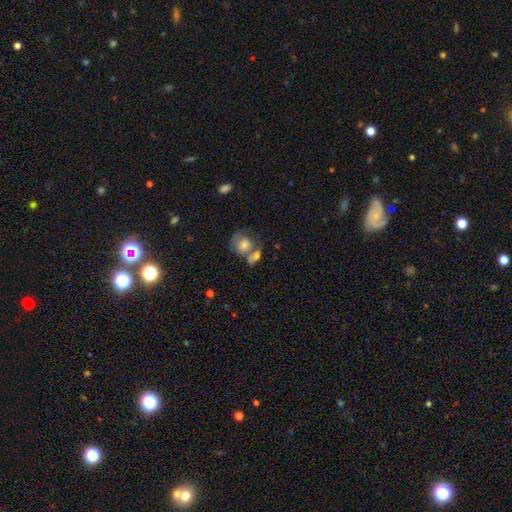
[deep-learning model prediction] This appears to be a smooth galaxy with no disk features (65%) that is in between round and cigar-shaped (53%). Merging: merger (47%).